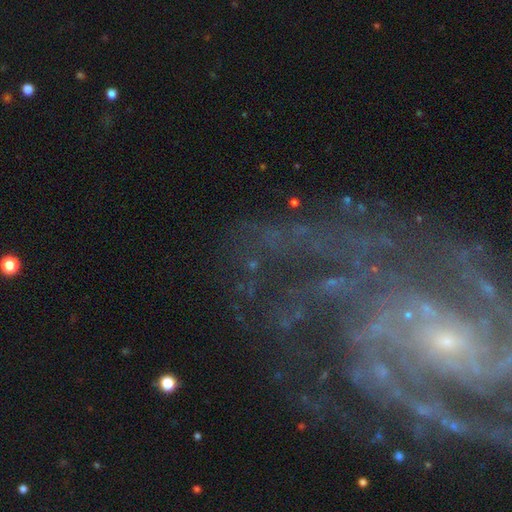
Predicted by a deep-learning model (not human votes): smooth-or-featured: featured or disk: 81% | star or artifact: 12% | smooth: 7%
  disk-edge-on: no: 96% | yes: 4%
    bar: no: 56% | weak: 29% | strong: 15%
    has-spiral-arms: yes: 90% | no: 10%
      spiral-winding: tight: 53% | medium: 34% | loose: 13%
      spiral-arm-count: can't tell: 30% | 2: 22% | 3: 15% | 4: 12% | more than 4: 11% | 1: 10%
    bulge-size: small: 74% | moderate: 14% | none: 8% | large: 2% | dominant: 1%
  merging: none: 63% | major disturbance: 18% | minor disturbance: 16% | merger: 3%